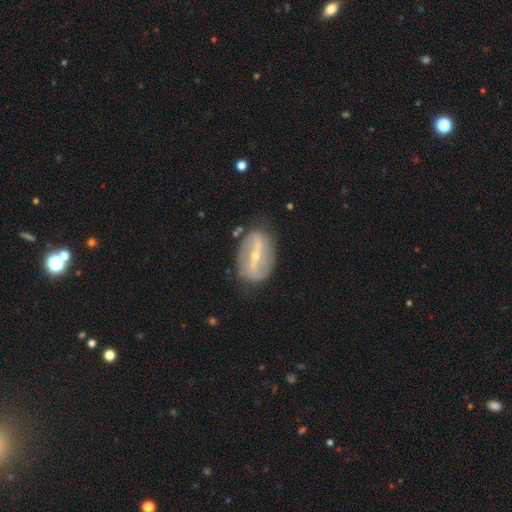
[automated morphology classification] The model was most divided on "spiral winding": loose: 42%, medium: 34%, tight: 24%. More confident: edge-on disk — no (91%); spiral arm count — 2 (85%); smooth or featured — featured or disk (82%); merging — none (79%); spiral arms — yes (73%); bar — strong (70%); bulge size — small (65%).